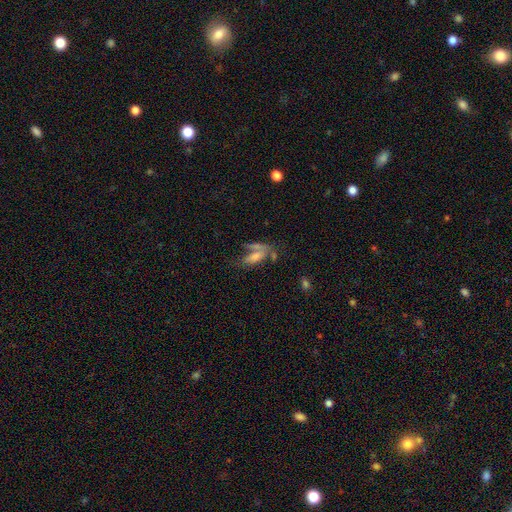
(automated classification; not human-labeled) smooth-or-featured: smooth: 62% | featured or disk: 28% | star or artifact: 10%
  how-rounded: in between: 68% | cigar-shaped: 29% | round: 3%
  merging: none: 35% | merger: 32% | major disturbance: 17% | minor disturbance: 16%